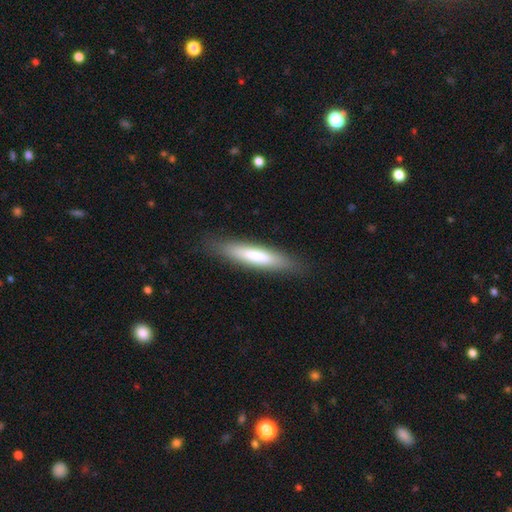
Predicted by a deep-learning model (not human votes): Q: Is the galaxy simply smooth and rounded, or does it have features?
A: smooth — 63%.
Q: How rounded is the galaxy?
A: cigar-shaped — 86%.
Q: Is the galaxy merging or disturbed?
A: none — 87%.